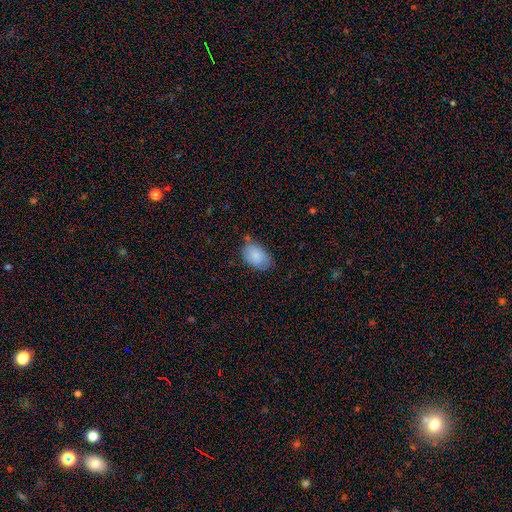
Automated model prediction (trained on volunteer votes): smooth-or-featured: smooth: 82% | featured or disk: 11% | star or artifact: 7%
  how-rounded: in between: 89% | round: 10% | cigar-shaped: 1%
  merging: none: 65% | minor disturbance: 27% | major disturbance: 5% | merger: 3%